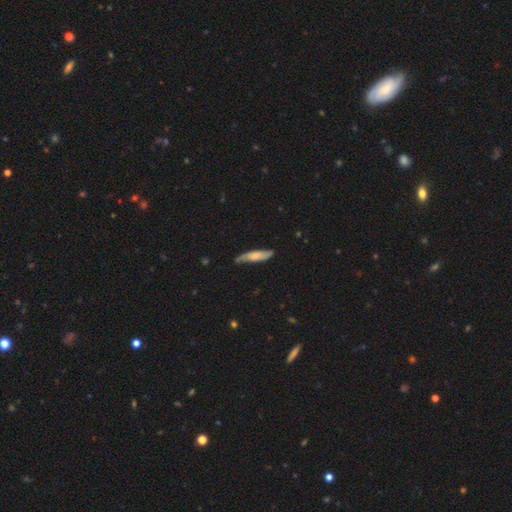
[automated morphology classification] This is possibly a smooth galaxy (53%). How rounded: likely cigar-shaped (74%). Merging: likely none (68%).